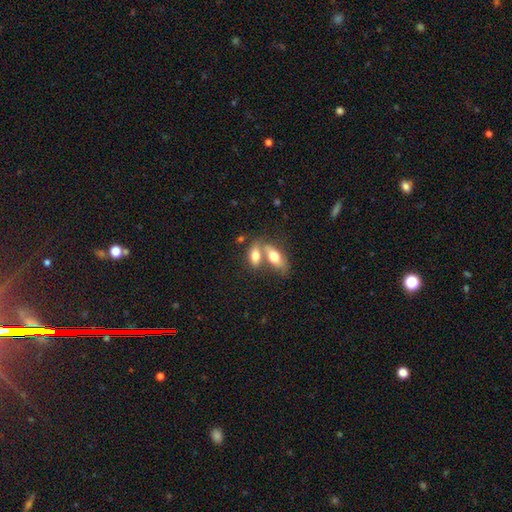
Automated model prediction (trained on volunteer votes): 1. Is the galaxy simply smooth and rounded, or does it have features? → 72% smooth, 21% featured or disk, 7% star or artifact.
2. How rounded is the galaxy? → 83% in between, 11% cigar-shaped, 6% round.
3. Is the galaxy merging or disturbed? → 61% merger, 28% none, 8% minor disturbance, 4% major disturbance.